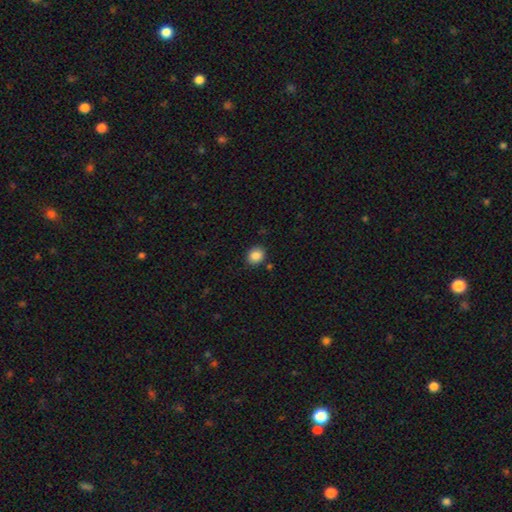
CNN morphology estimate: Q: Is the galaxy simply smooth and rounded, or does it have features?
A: smooth — 87%.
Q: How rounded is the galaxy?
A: round — 65%.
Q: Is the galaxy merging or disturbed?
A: none — 85%.